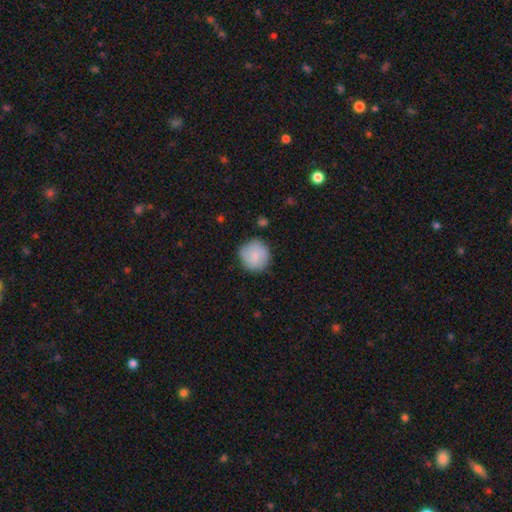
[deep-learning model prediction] This appears to be a smooth galaxy with no disk features (76%) that is round (94%). Merging: none (79%).